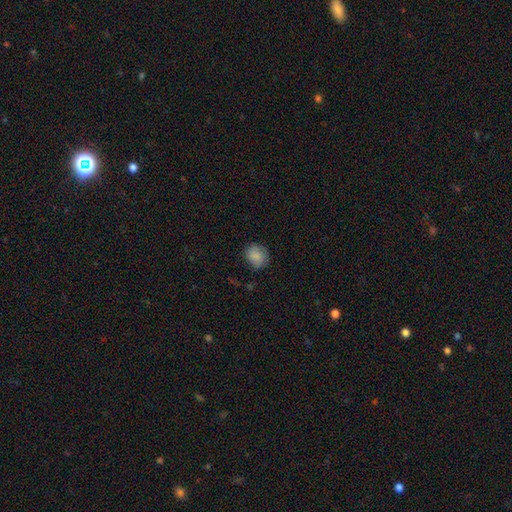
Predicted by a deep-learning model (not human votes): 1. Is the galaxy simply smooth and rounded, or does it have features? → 84% smooth, 8% star or artifact, 8% featured or disk.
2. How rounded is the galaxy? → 73% round, 26% in between, 1% cigar-shaped.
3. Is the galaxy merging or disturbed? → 74% none, 20% minor disturbance, 5% major disturbance, 1% merger.